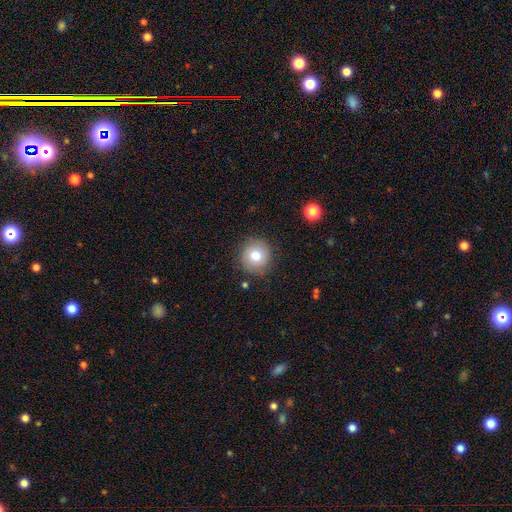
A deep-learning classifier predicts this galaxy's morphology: Smooth or featured?
  - smooth: 76% *
  - featured or disk: 13%
  - star or artifact: 10%
How rounded?
  - round: 93% *
  - in between: 6%
  - cigar-shaped: 1%
Merging?
  - none: 87% *
  - minor disturbance: 9%
  - major disturbance: 3%
  - merger: 2%